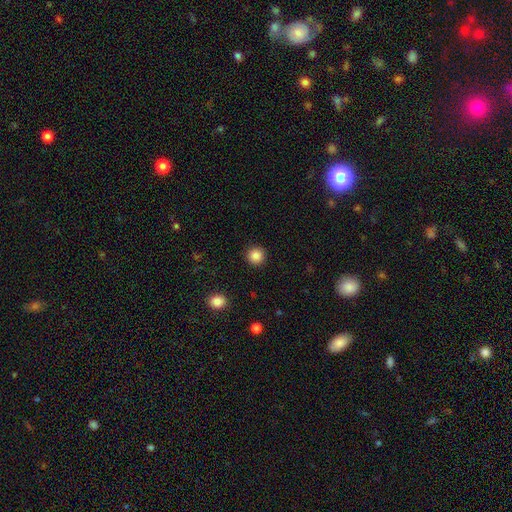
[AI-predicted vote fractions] This is clearly a smooth galaxy (86%). How rounded: clearly round (95%). Merging: clearly none (92%).